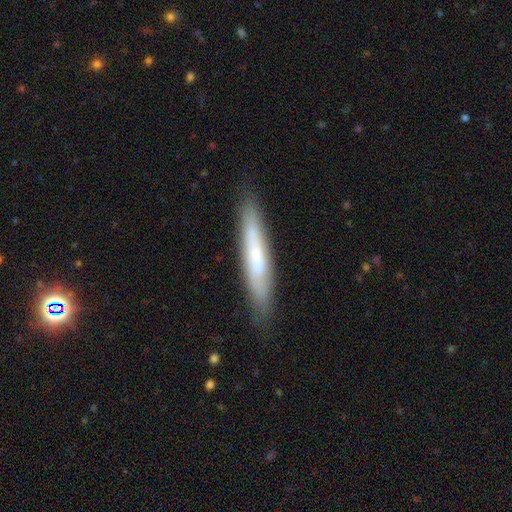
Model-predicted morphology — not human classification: Smooth or featured: smooth — 58% (featured or disk — 36%)
How rounded: cigar-shaped — 89% (in between — 9%)
Merging: none — 85% (minor disturbance — 12%)